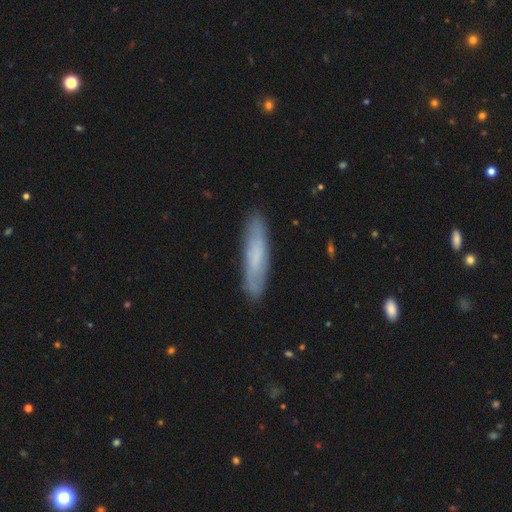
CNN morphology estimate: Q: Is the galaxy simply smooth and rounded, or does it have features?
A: smooth — 59%.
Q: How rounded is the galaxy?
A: cigar-shaped — 81%.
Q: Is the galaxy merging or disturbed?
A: none — 85%.